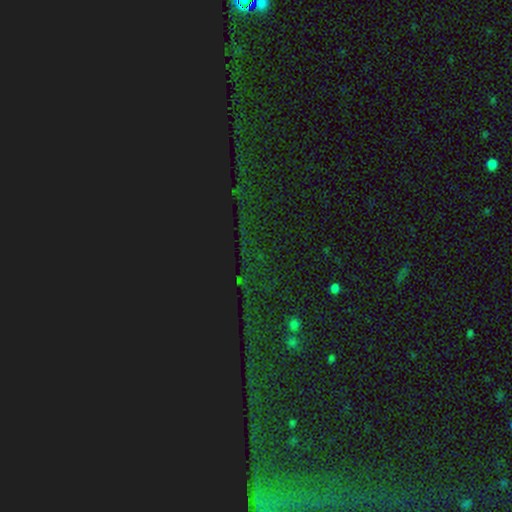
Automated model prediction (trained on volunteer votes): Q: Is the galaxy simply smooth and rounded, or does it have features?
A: star or artifact — 83%.